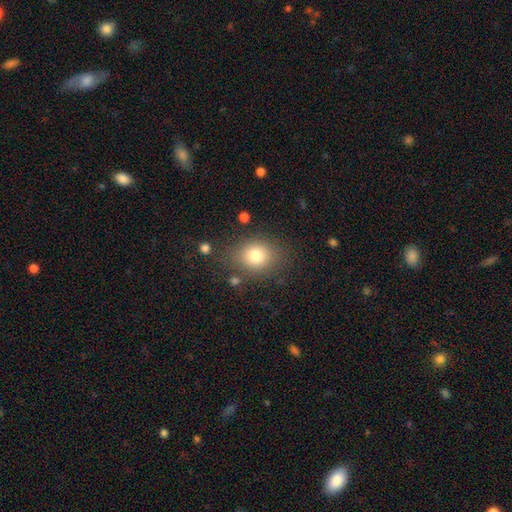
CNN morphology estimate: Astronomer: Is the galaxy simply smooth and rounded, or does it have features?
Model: smooth — 80%.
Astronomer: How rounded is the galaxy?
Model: round — 57% (runner-up: in between, 42%).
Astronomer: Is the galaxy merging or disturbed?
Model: none — 78%.